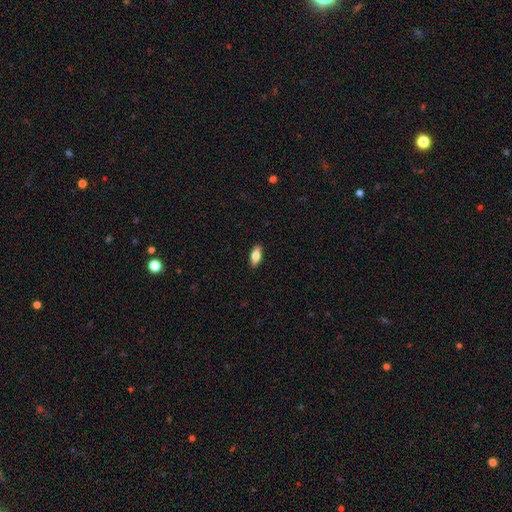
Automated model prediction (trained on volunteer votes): smooth-or-featured: smooth: 72% | featured or disk: 21% | star or artifact: 7%
  how-rounded: in between: 80% | cigar-shaped: 17% | round: 3%
  merging: none: 89% | minor disturbance: 8% | major disturbance: 2% | merger: 1%